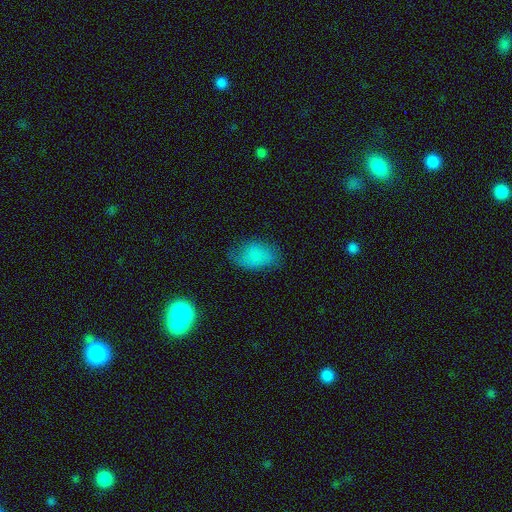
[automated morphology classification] Overall: smooth (74%). How rounded: in between (90%). Merging: none (63%; minor disturbance 26%).